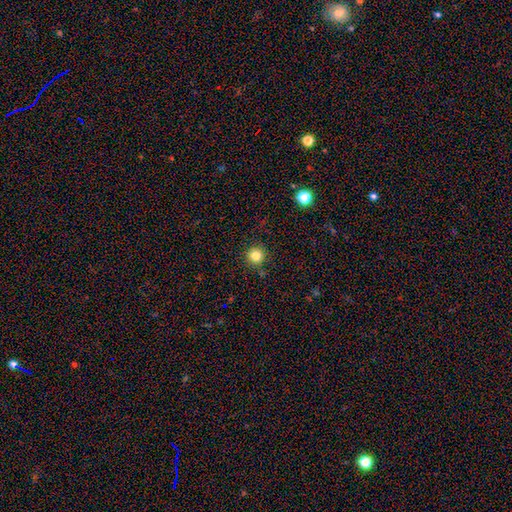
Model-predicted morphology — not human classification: A smooth galaxy with no disk features (82%) that is round (95%).

Vote fractions:
- Smooth or featured? smooth: 82% / star or artifact: 13% / featured or disk: 5%
- How rounded? round: 95% / in between: 4% / cigar-shaped: 1%
- Merging? none: 90% / minor disturbance: 6% / major disturbance: 2% / merger: 2%